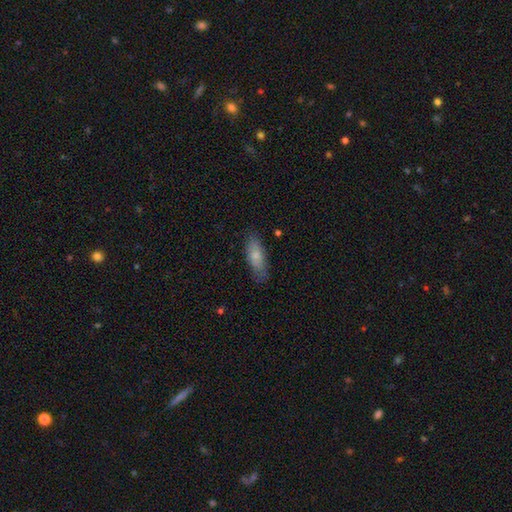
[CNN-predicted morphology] smooth_or_featured: smooth (p=0.74) [alt: featured or disk p=0.20]
how_rounded: in between (p=0.62) [alt: cigar-shaped p=0.35]
merging: none (p=0.78) [alt: minor disturbance p=0.17]